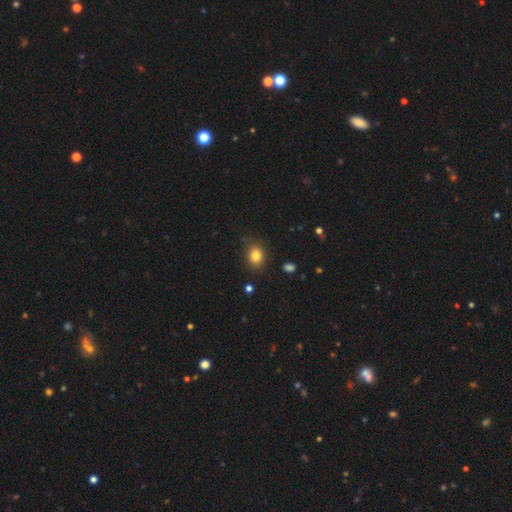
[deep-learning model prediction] smooth 82%, star or artifact 11%, featured or disk 7%. Down the decision tree: how rounded — round (55%); merging — none (84%).